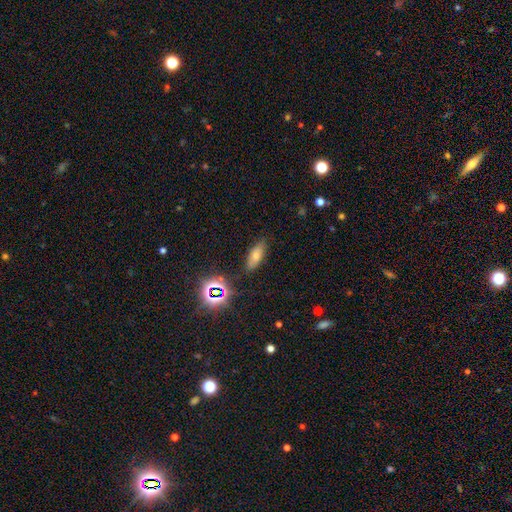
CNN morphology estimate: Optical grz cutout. It shows a smooth galaxy with no disk features (67%) that is in between round and cigar-shaped (70%). Merging: none (77%).